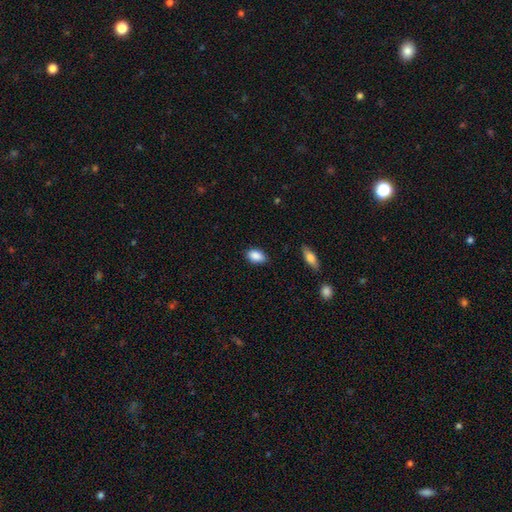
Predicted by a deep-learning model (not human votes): smooth_or_featured: smooth (p=0.88) [alt: star or artifact p=0.07]
how_rounded: in between (p=0.89) [alt: round p=0.09]
merging: none (p=0.83) [alt: minor disturbance p=0.13]